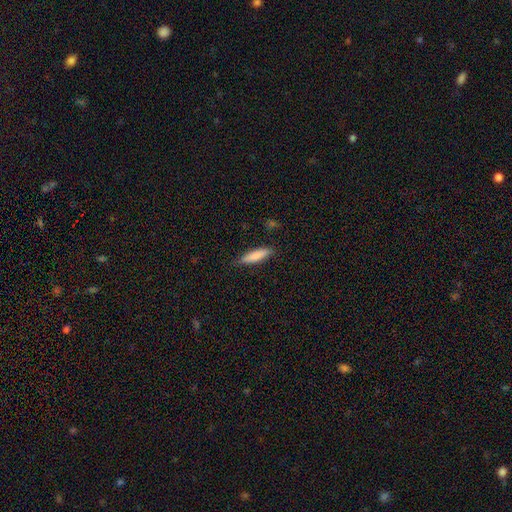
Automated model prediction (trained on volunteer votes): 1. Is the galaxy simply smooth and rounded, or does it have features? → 82% smooth, 12% featured or disk, 6% star or artifact.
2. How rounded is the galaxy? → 74% cigar-shaped, 24% in between, 1% round.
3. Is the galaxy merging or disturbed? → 84% none, 13% minor disturbance, 2% major disturbance, 1% merger.